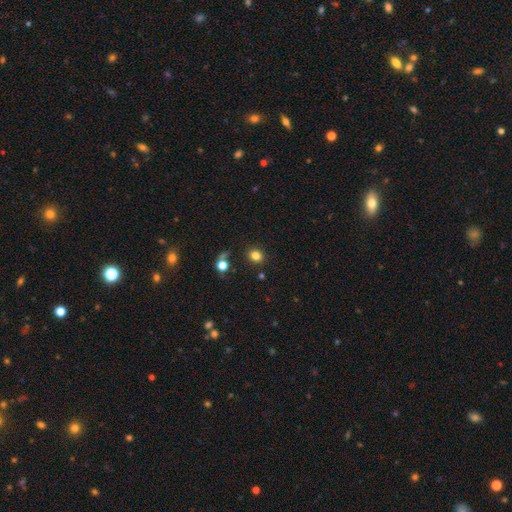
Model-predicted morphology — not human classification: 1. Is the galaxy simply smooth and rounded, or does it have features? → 80% smooth, 13% star or artifact, 6% featured or disk.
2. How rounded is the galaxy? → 68% round, 31% in between, 1% cigar-shaped.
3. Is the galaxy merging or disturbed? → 85% none, 8% minor disturbance, 4% merger, 3% major disturbance.